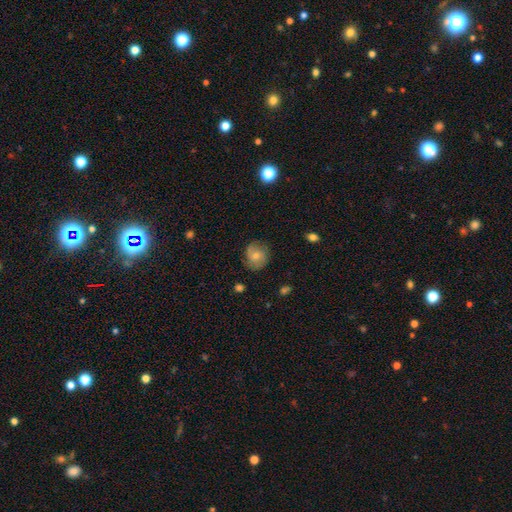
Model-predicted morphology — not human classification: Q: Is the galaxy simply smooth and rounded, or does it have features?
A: smooth — 59%.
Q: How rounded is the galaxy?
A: round — 74%.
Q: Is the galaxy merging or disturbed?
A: none — 75%.